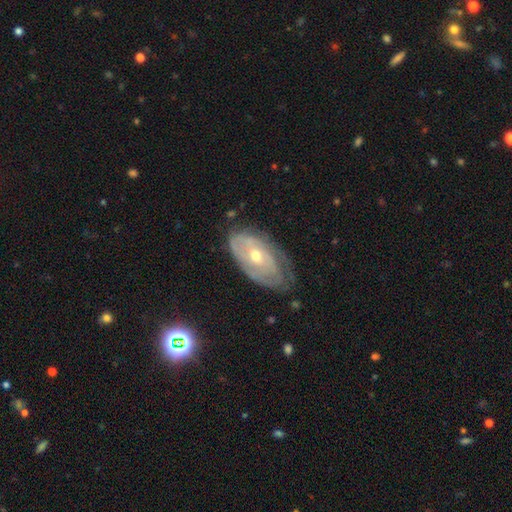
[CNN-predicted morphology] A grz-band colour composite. It shows a featured or disk galaxy (73%) with no bar (72%), tight (67%) spiral arms (76%) and a moderate central bulge (56%). Merging: none (57%).